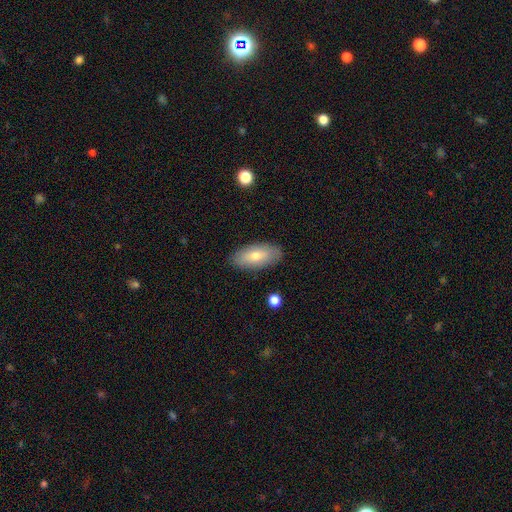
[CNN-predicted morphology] Smooth or featured? smooth (69%)
How rounded? in between (88%)
Merging? none (87%)